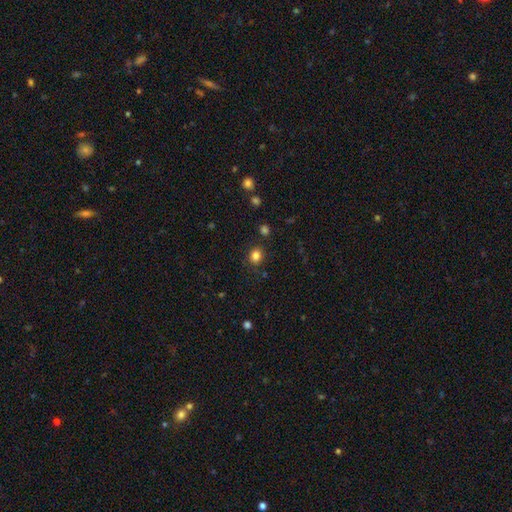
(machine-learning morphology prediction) The model was most divided on "how rounded": round: 68%, in between: 32%, cigar-shaped: 1%. More confident: merging — none (85%); smooth or featured — smooth (82%).